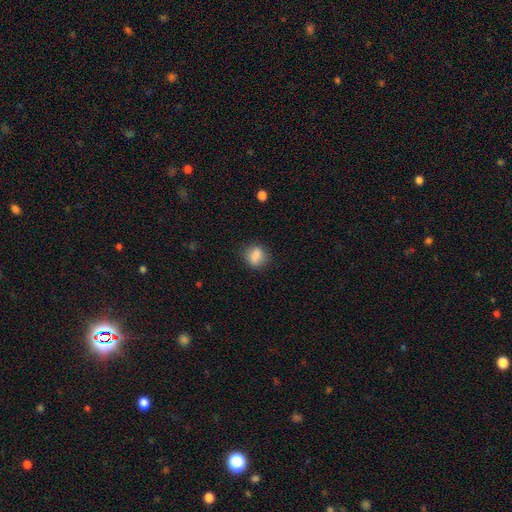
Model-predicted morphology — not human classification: smooth 82%, featured or disk 9%, star or artifact 9%. Down the decision tree: how rounded — round (52%); merging — none (78%).